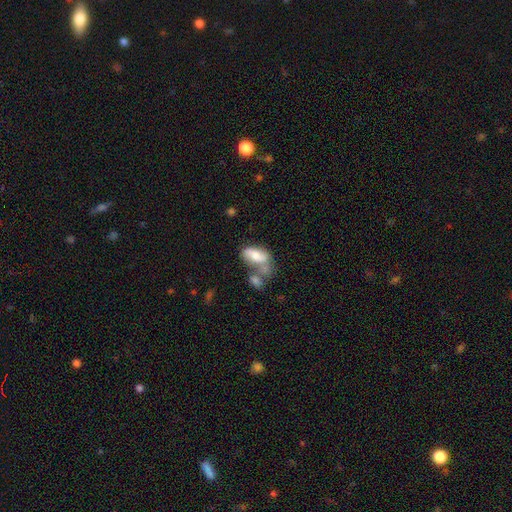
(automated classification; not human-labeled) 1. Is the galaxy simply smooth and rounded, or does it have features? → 58% smooth, 34% featured or disk, 8% star or artifact.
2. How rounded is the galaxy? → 90% in between, 5% round, 5% cigar-shaped.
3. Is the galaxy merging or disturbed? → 44% merger, 25% none, 17% minor disturbance, 13% major disturbance.